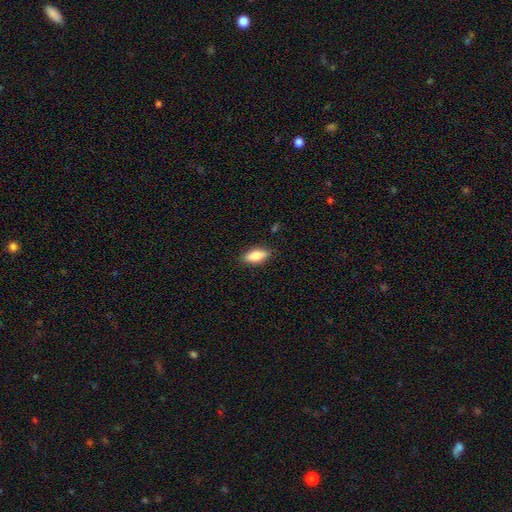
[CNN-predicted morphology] This appears to be a smooth galaxy with no disk features (79%) that is in between round and cigar-shaped (80%). Merging: none (86%).